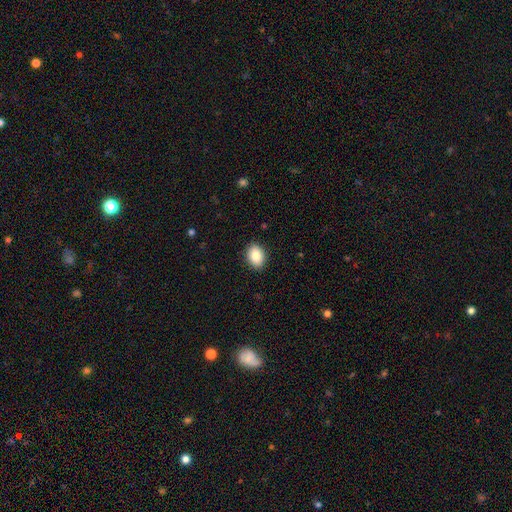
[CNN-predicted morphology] Q: Smooth or featured?
A: smooth (85%); runner-up: star or artifact (8%)
Q: How rounded?
A: in between (78%); runner-up: round (21%)
Q: Merging?
A: none (89%); runner-up: minor disturbance (8%)